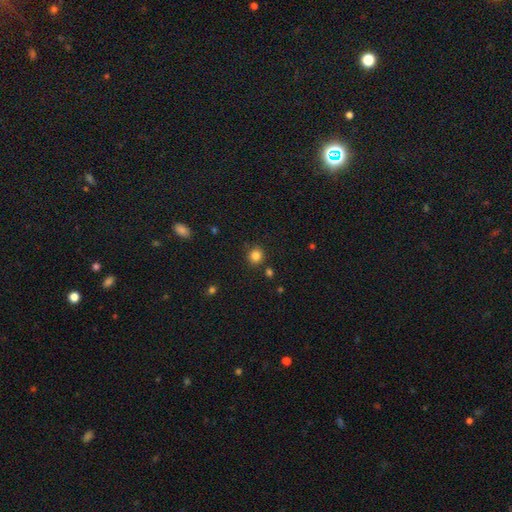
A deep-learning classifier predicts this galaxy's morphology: smooth_or_featured: smooth (p=0.83) [alt: star or artifact p=0.13]
how_rounded: round (p=0.90) [alt: in between p=0.09]
merging: none (p=0.86) [alt: minor disturbance p=0.08]